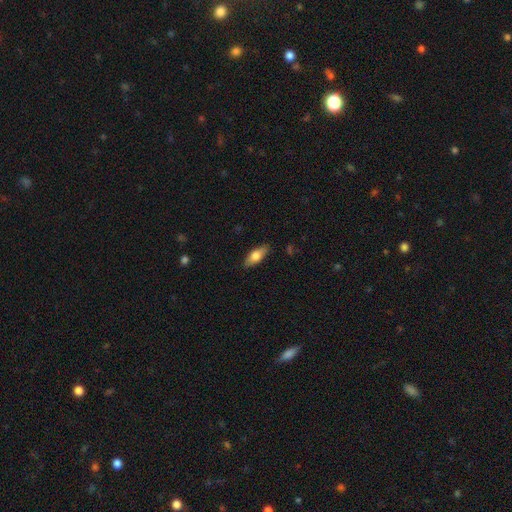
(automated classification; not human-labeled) This is likely a smooth galaxy (67%). How rounded: likely in between (71%). Merging: clearly none (87%).